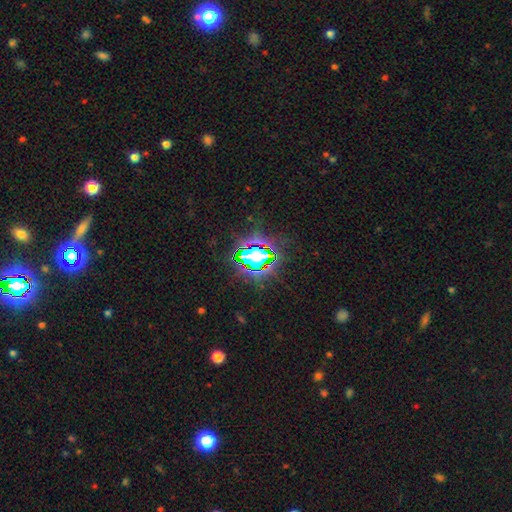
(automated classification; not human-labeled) This appears to be a star or artifact, not a galaxy (73%).